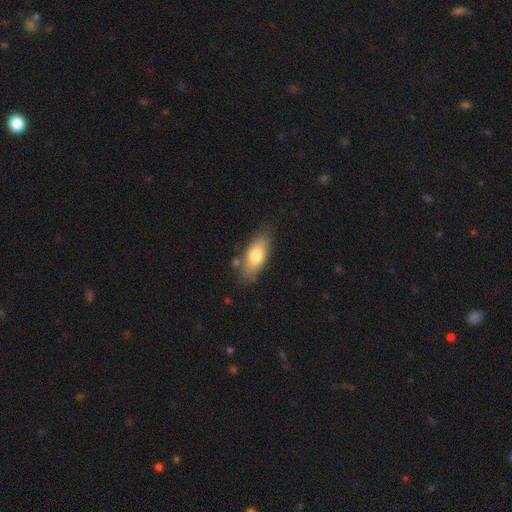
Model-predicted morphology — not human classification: A smooth galaxy with no disk features (73%) that is in between round and cigar-shaped (78%).

Vote fractions:
- Smooth or featured? smooth: 73% / featured or disk: 20% / star or artifact: 7%
- How rounded? in between: 78% / cigar-shaped: 19% / round: 3%
- Merging? none: 78% / minor disturbance: 15% / merger: 4% / major disturbance: 3%